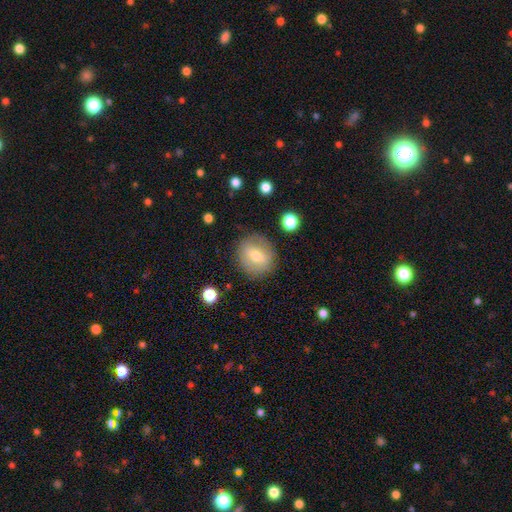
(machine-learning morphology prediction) This is likely a smooth galaxy (64%). How rounded: likely round (80%). Merging: clearly none (82%).